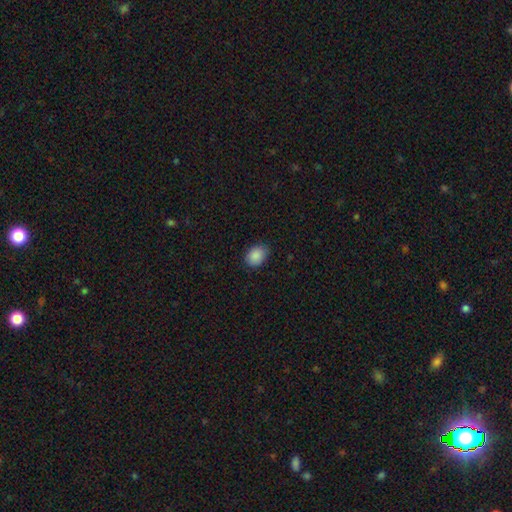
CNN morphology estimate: A smooth galaxy with no disk features (89%) that is in between round and cigar-shaped (67%). Merging: none (81%).